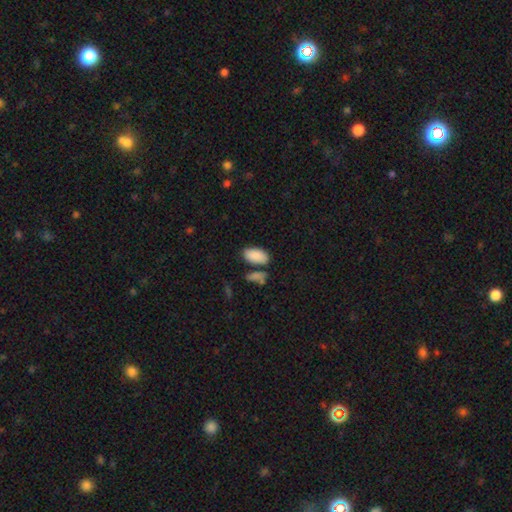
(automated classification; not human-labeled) Smooth or featured? smooth (89%)
How rounded? in between (94%)
Merging? none (70%)